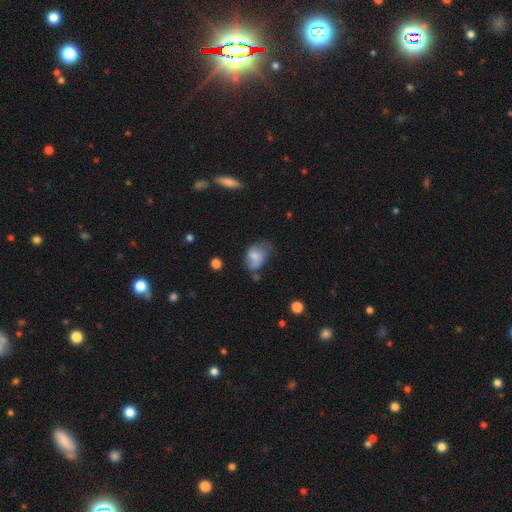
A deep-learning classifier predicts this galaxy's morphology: This appears to be a smooth galaxy with no disk features (66%) that is in between round and cigar-shaped (81%). Merging: minor disturbance (39%).